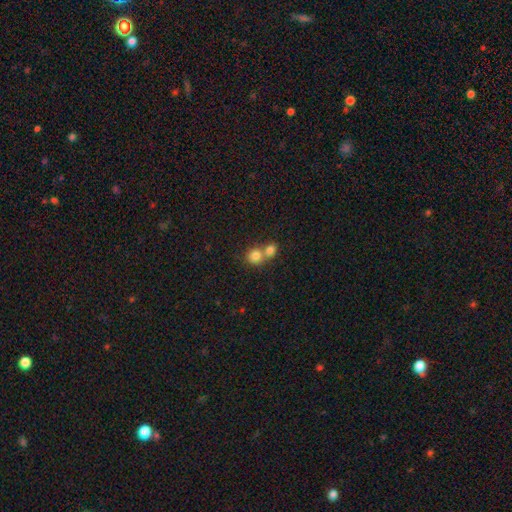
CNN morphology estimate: A smooth galaxy with no disk features (81%) that is round (85%). Merging: merger (56%).